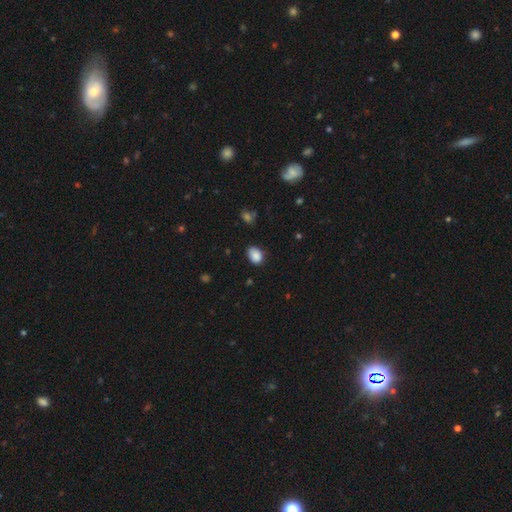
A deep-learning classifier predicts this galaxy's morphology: Smooth or featured? smooth (87%)
How rounded? in between (73%)
Merging? none (72%)